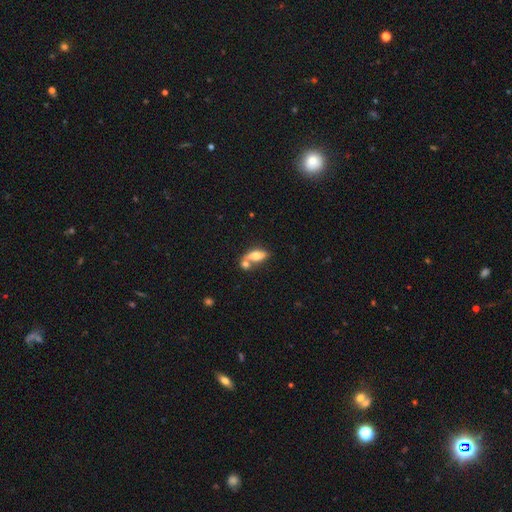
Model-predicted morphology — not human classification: smooth_or_featured: smooth (p=0.68) [alt: featured or disk p=0.24]
how_rounded: in between (p=0.75) [alt: cigar-shaped p=0.20]
merging: merger (p=0.49) [alt: none p=0.34]